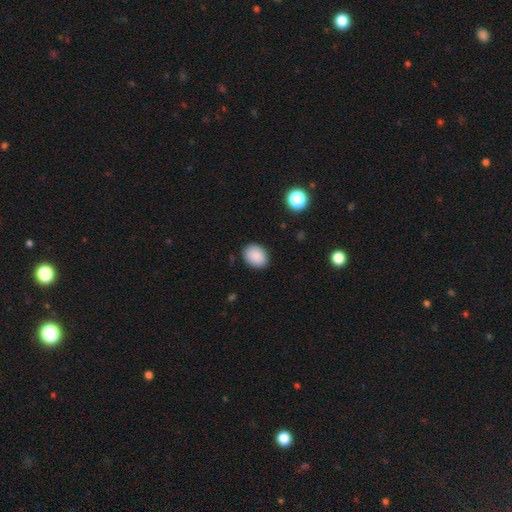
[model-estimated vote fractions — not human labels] Smooth or featured?
  - smooth: 88% *
  - star or artifact: 8%
  - featured or disk: 4%
How rounded?
  - in between: 64% *
  - round: 35%
  - cigar-shaped: 1%
Merging?
  - none: 88% *
  - minor disturbance: 9%
  - major disturbance: 2%
  - merger: 1%